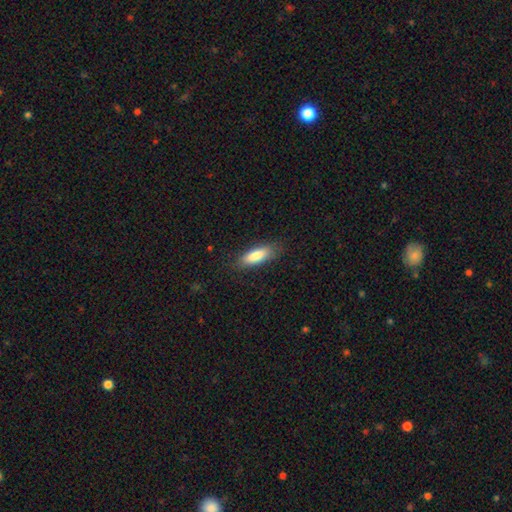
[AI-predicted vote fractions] This appears to be a smooth galaxy with no disk features (82%) that is in between round and cigar-shaped (64%). Merging: none (82%).